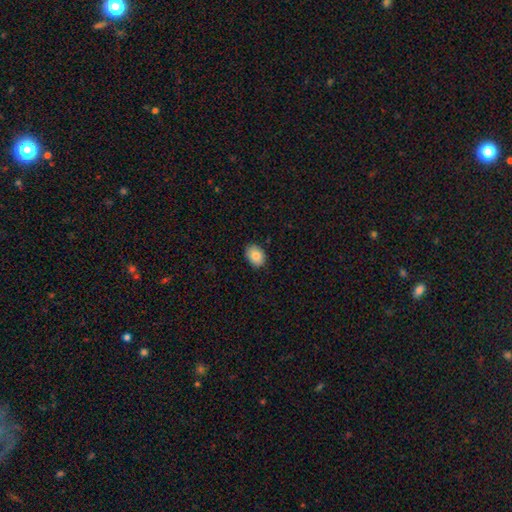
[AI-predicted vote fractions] Overall: smooth (84%). How rounded: in between (69%; round 30%). Merging: none (88%).